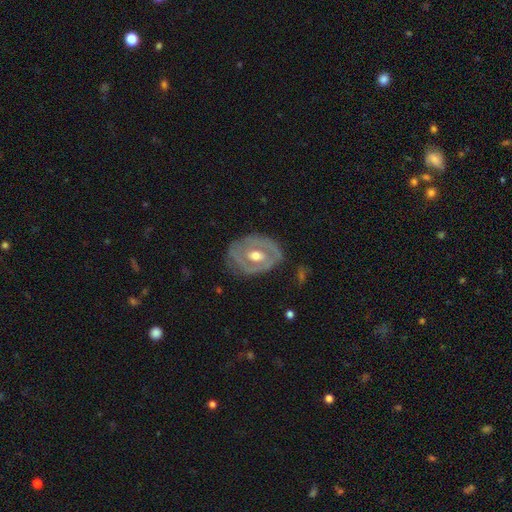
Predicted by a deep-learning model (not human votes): Morphology: type=featured or disk (75%); edge-on=no (95%); bar=no (54%); spiral arms=yes (53%); bulge=moderate (76%); merging=none (68%).